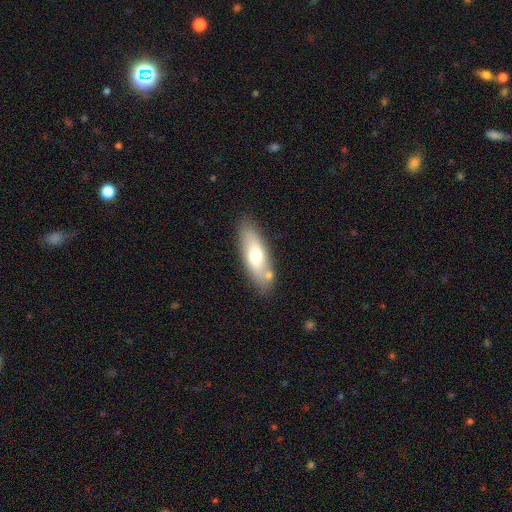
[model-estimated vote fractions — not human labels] smooth 63%, featured or disk 31%, star or artifact 6%. Down the decision tree: how rounded — in between (60%); merging — none (77%).